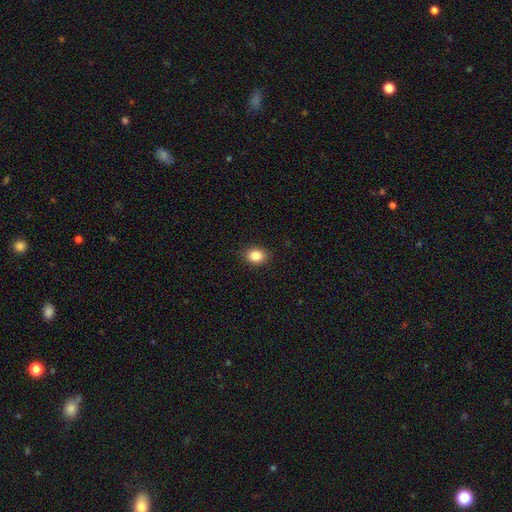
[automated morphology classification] A smooth galaxy with no disk features (85%) that is in between round and cigar-shaped (50%).

Vote fractions:
- Smooth or featured? smooth: 85% / star or artifact: 10% / featured or disk: 5%
- How rounded? in between: 50% / round: 49% / cigar-shaped: 1%
- Merging? none: 90% / minor disturbance: 7% / major disturbance: 2% / merger: 1%